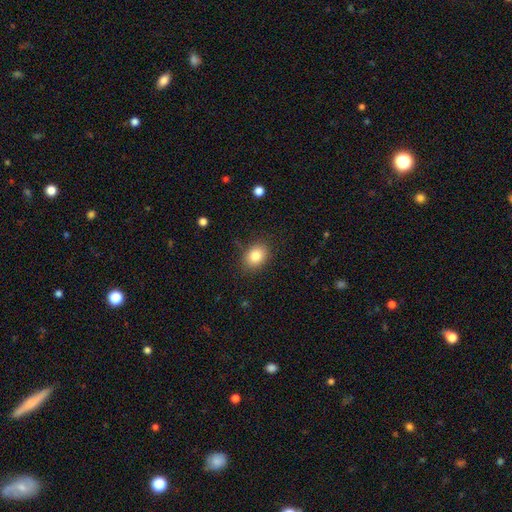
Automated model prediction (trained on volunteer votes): This is clearly a smooth galaxy (82%). How rounded: likely in between (62%). Merging: clearly none (84%).